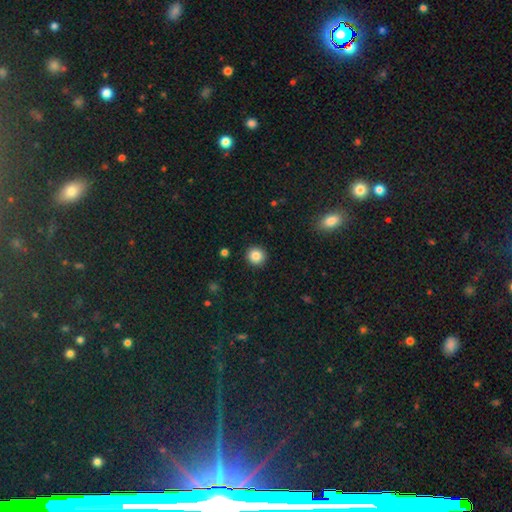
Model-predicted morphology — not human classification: smooth-or-featured: smooth: 85% | star or artifact: 10% | featured or disk: 5%
  how-rounded: round: 94% | in between: 5% | cigar-shaped: 1%
  merging: none: 92% | minor disturbance: 5% | major disturbance: 2% | merger: 1%